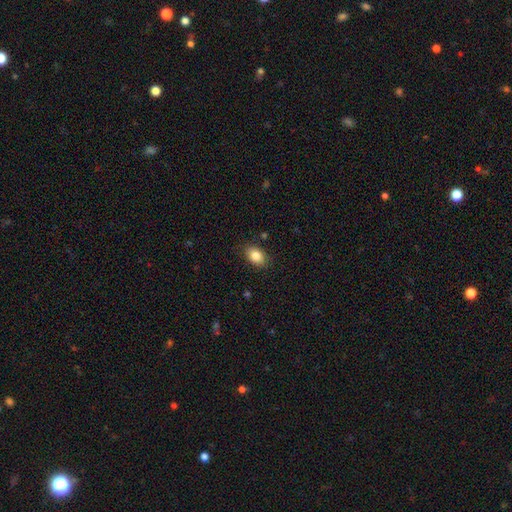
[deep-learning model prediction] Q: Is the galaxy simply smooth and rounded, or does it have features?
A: smooth — 84%.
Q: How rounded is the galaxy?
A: in between — 85%.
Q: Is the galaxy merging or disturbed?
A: none — 86%.